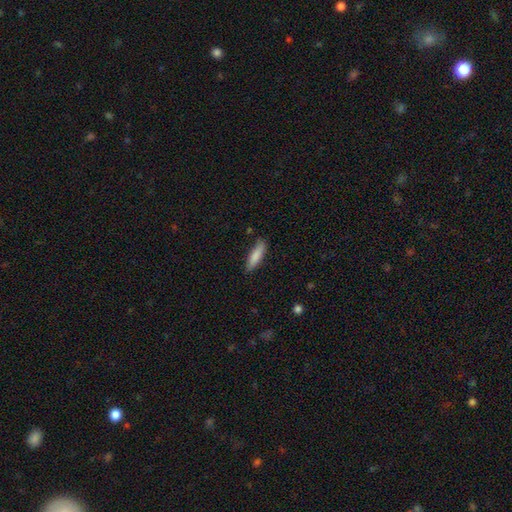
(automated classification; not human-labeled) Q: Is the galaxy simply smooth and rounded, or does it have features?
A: smooth — 84%.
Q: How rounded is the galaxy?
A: cigar-shaped — 66%.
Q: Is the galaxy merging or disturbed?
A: none — 80%.